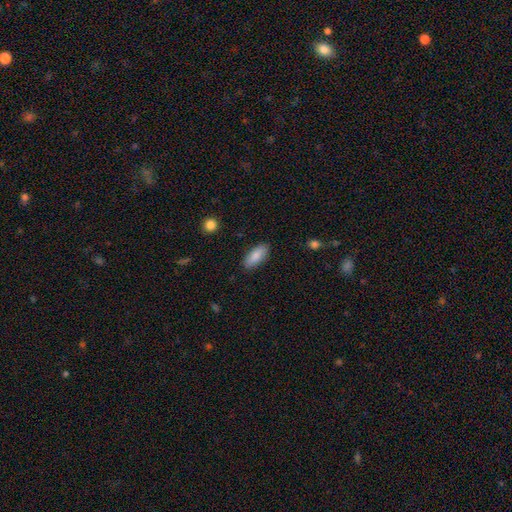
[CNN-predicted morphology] This is clearly a smooth galaxy (85%). How rounded: clearly in between (84%). Merging: clearly none (87%).